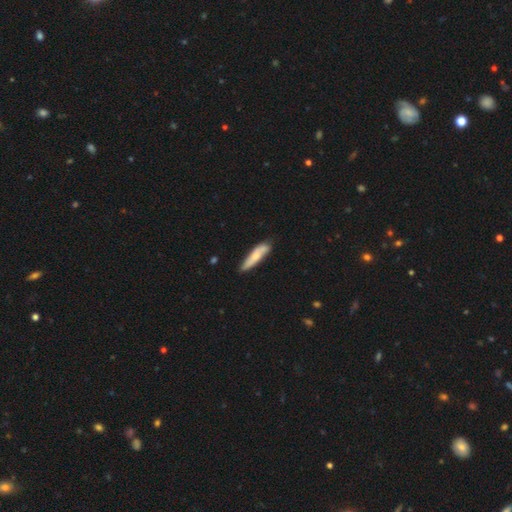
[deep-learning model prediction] smooth 66%, featured or disk 29%, star or artifact 5%. Down the decision tree: how rounded — cigar-shaped (79%); merging — none (67%).